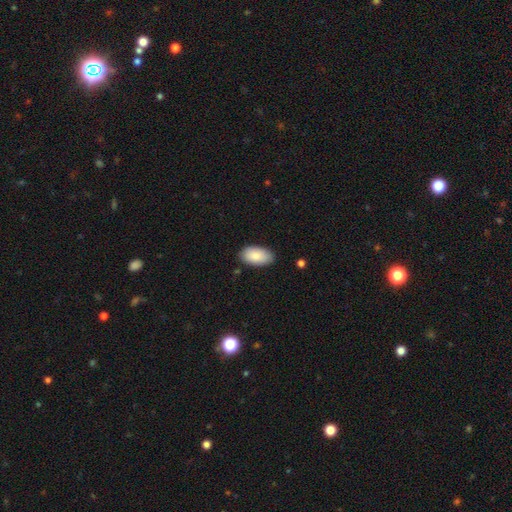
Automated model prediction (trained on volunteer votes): Smooth or featured: smooth — 85% (featured or disk — 9%)
How rounded: in between — 95% (round — 3%)
Merging: none — 83% (minor disturbance — 13%)